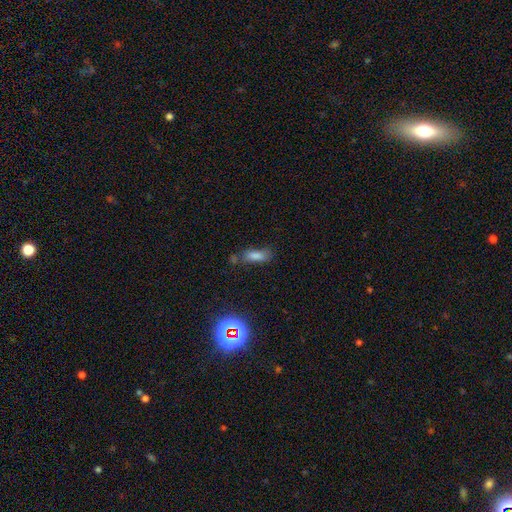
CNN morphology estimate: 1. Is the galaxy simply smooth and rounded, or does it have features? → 74% smooth, 16% star or artifact, 11% featured or disk.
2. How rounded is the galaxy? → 60% in between, 36% cigar-shaped, 4% round.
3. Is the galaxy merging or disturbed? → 53% none, 23% minor disturbance, 14% merger, 10% major disturbance.